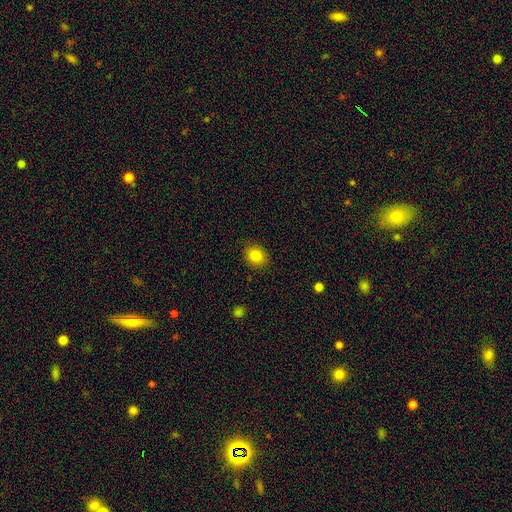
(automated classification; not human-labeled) A smooth galaxy with no disk features (83%) that is round (64%). Merging: none (87%).